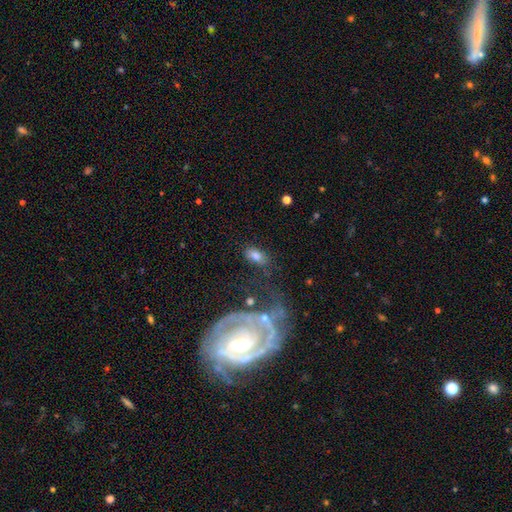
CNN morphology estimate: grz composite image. It shows a smooth galaxy with no disk features (75%) that is in between round and cigar-shaped (89%). Merging: none (66%).